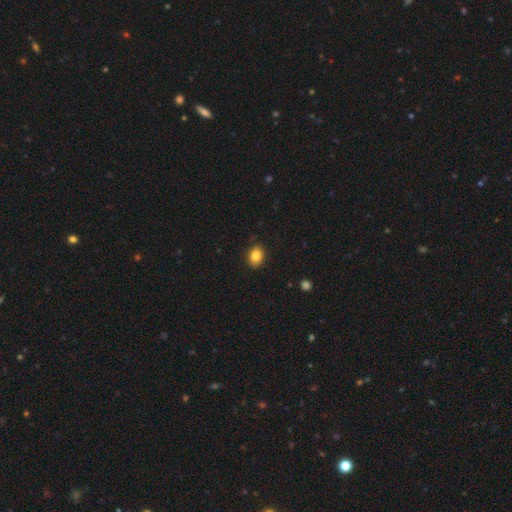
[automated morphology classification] Smooth or featured? Predicted: smooth (p=0.85). How rounded? Predicted: in between (p=0.66). Merging? Predicted: none (p=0.88).